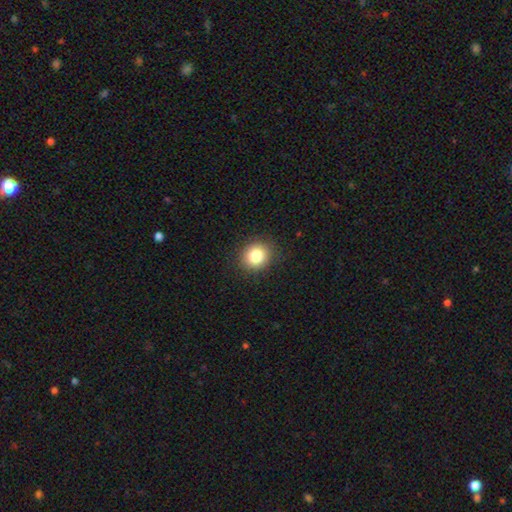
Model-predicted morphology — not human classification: Smooth or featured: smooth — 83% (star or artifact — 10%)
How rounded: round — 80% (in between — 19%)
Merging: none — 90% (minor disturbance — 7%)